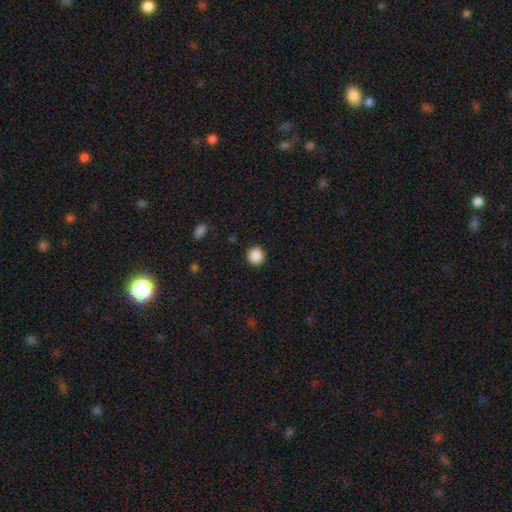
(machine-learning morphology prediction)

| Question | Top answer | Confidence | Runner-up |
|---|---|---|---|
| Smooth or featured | smooth | 89% | star or artifact (9%) |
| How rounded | round | 94% | in between (5%) |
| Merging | none | 92% | minor disturbance (5%) |